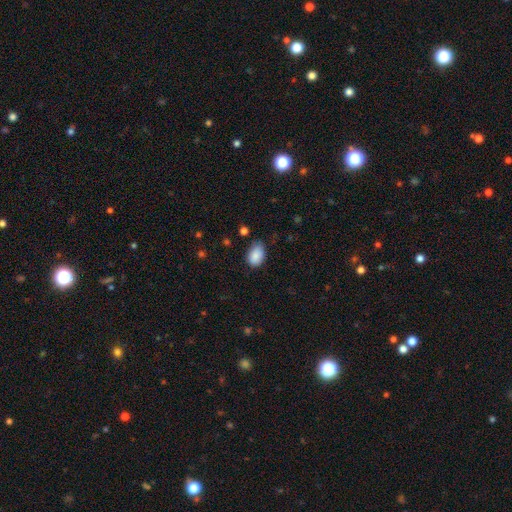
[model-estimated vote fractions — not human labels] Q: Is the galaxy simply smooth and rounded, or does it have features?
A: smooth — 88%.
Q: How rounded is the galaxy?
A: in between — 87%.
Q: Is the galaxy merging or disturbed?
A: none — 69%.